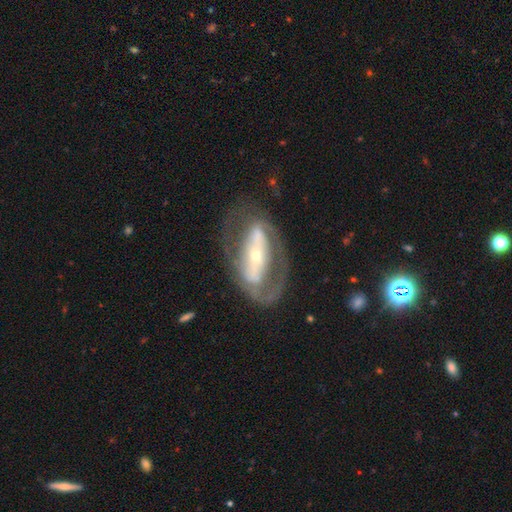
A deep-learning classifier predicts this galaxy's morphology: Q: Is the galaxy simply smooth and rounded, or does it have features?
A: featured or disk — 79%.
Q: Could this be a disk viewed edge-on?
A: no — 91%.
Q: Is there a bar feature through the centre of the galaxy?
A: strong — 51%.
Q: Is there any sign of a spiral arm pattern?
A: yes — 63%.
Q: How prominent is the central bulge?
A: small — 67%.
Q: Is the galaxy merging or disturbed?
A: none — 60%.